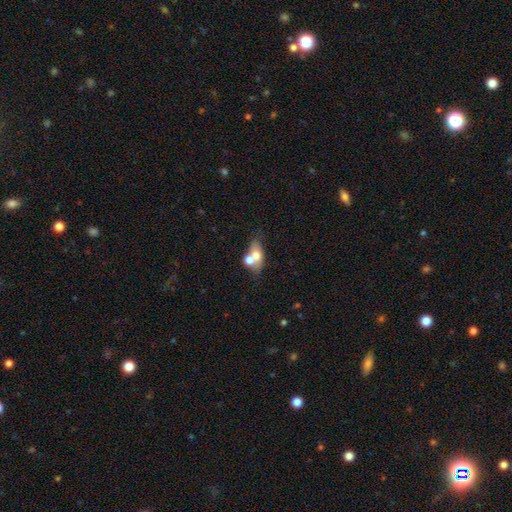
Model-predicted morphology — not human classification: This is likely a smooth galaxy (61%). How rounded: likely in between (70%). Merging: possibly merger (50%).